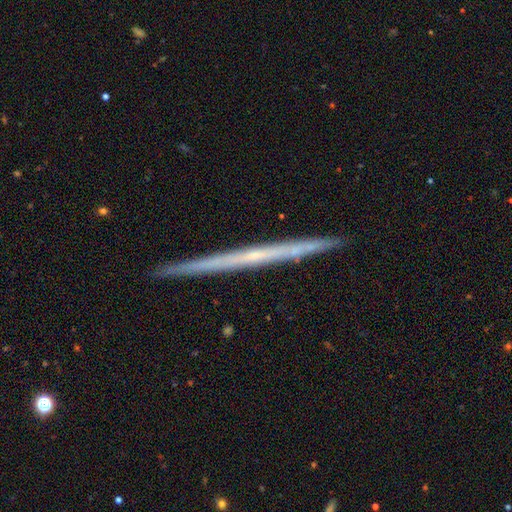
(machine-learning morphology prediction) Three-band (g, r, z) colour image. It shows a featured or disk galaxy (69%) viewed edge-on (98%) with no central bulge (83%). Merging: none (92%).